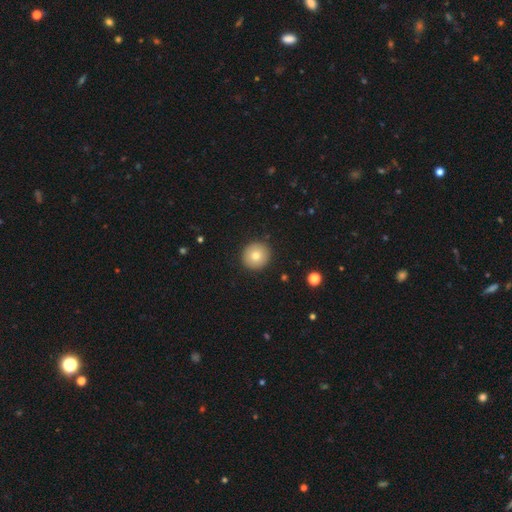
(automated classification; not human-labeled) smooth-or-featured: smooth: 76% | featured or disk: 14% | star or artifact: 10%
  how-rounded: round: 93% | in between: 6% | cigar-shaped: 1%
  merging: none: 92% | minor disturbance: 5% | major disturbance: 2% | merger: 1%